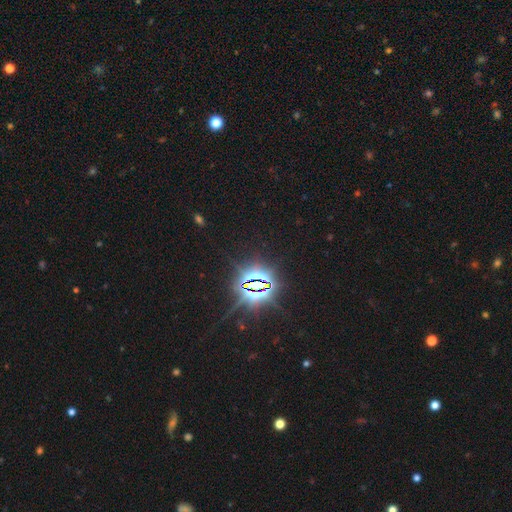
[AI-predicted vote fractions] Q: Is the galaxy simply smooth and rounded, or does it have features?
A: star or artifact — 85%.